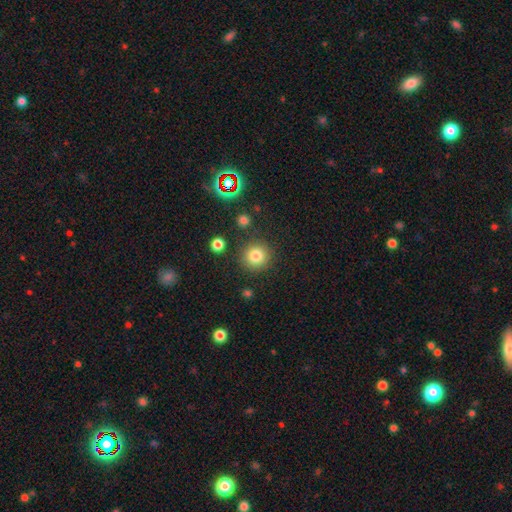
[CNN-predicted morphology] The model was most divided on "smooth or featured": smooth: 81%, star or artifact: 13%, featured or disk: 7%. More confident: how rounded — round (93%); merging — none (86%).